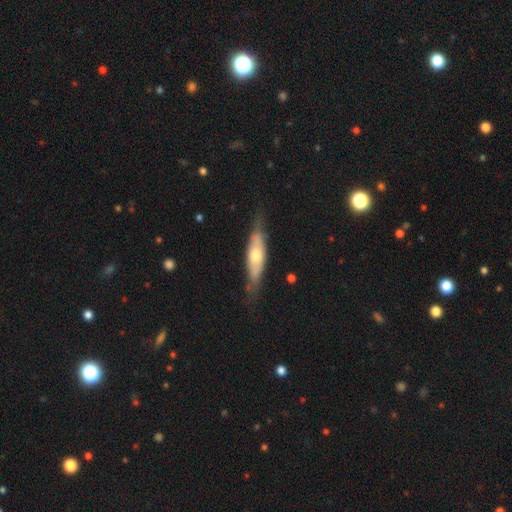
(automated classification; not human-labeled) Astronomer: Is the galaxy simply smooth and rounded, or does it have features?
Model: featured or disk — 54% (runner-up: smooth, 41%).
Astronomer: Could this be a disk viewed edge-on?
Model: yes — 61% (runner-up: no, 39%).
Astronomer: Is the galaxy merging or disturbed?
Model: none — 72%.